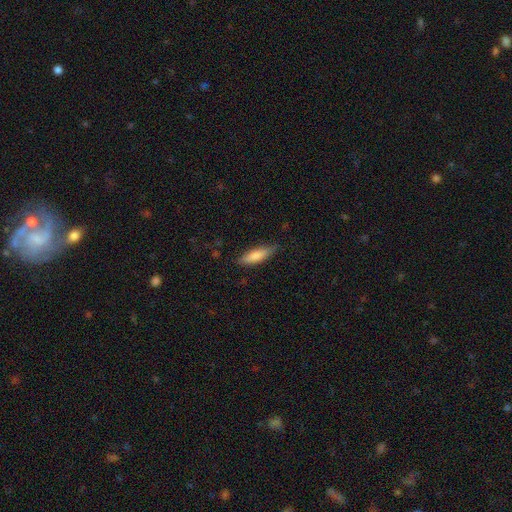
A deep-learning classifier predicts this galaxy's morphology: The model was most divided on "how rounded": cigar-shaped: 56%, in between: 43%, round: 2%. More confident: smooth or featured — smooth (79%); merging — none (76%).